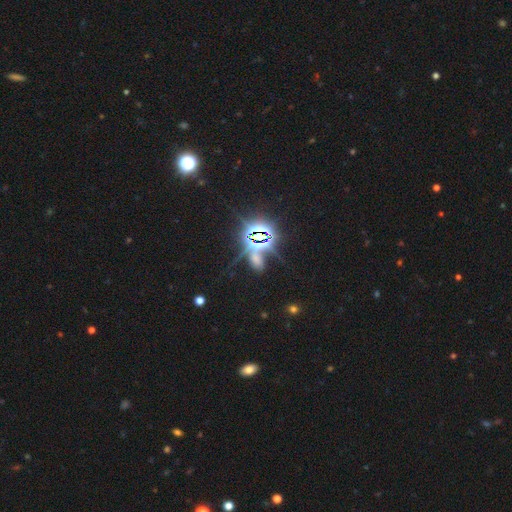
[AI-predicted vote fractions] This appears to be a star or artifact, not a galaxy (73%).